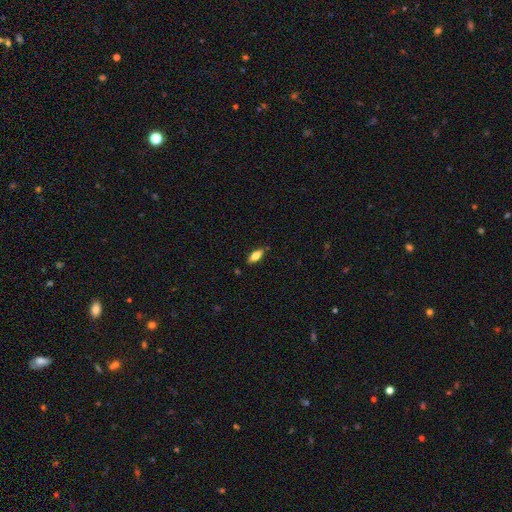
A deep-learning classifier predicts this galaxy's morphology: A smooth galaxy with no disk features (68%) that is in between round and cigar-shaped (77%).

Vote fractions:
- Smooth or featured? smooth: 68% / featured or disk: 25% / star or artifact: 7%
- How rounded? in between: 77% / cigar-shaped: 21% / round: 3%
- Merging? none: 83% / minor disturbance: 13% / major disturbance: 3% / merger: 2%